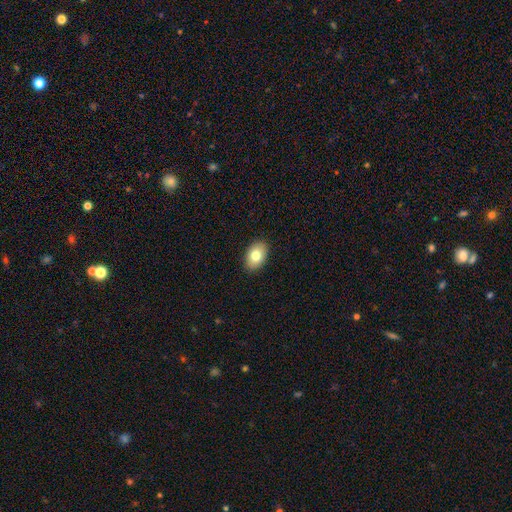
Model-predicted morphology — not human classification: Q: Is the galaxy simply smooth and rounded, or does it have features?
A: smooth — 79%.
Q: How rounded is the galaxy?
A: in between — 87%.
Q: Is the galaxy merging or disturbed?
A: none — 89%.